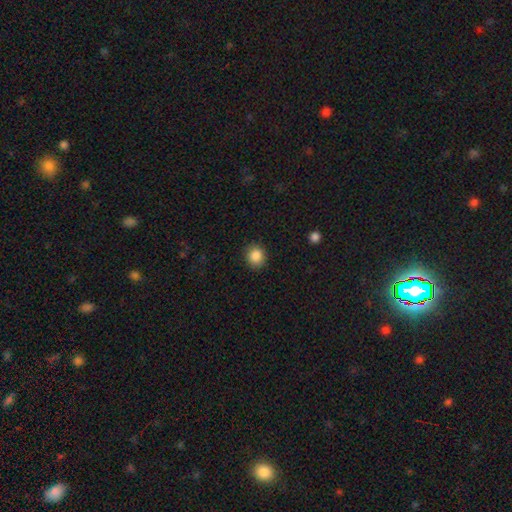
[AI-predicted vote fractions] This is clearly a smooth galaxy (87%). How rounded: clearly round (81%). Merging: clearly none (89%).